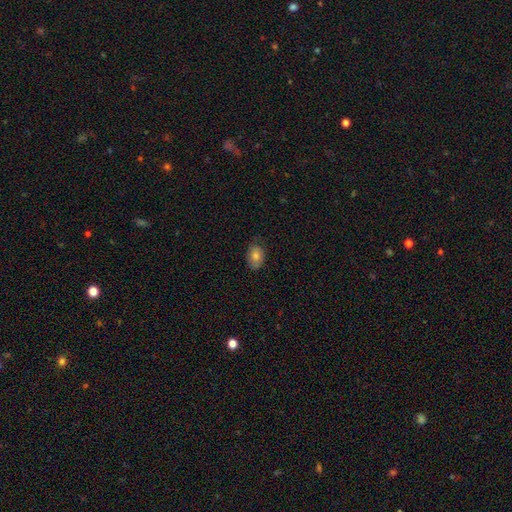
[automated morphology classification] Overall: smooth (77%). How rounded: in between (79%). Merging: none (78%).